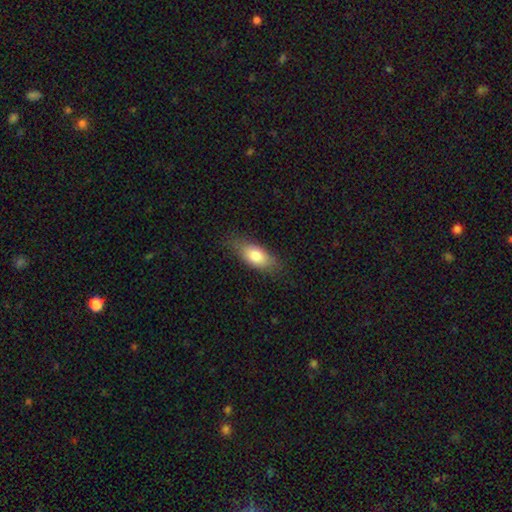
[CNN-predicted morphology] smooth_or_featured: smooth (p=0.78) [alt: featured or disk p=0.15]
how_rounded: in between (p=0.84) [alt: cigar-shaped p=0.11]
merging: none (p=0.75) [alt: minor disturbance p=0.19]